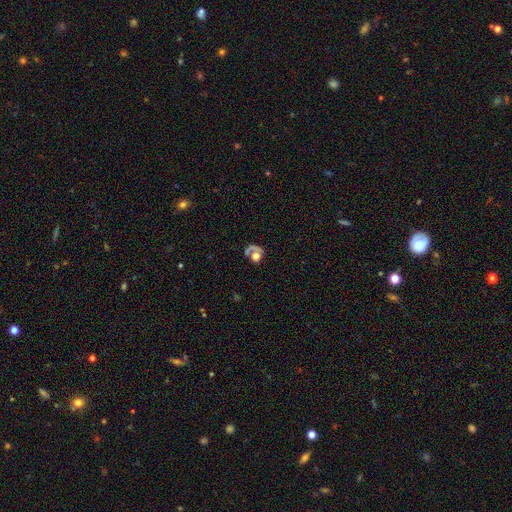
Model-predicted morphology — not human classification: Smooth or featured: smooth — 49% (featured or disk — 36%)
Merging: none — 40% (merger — 24%)